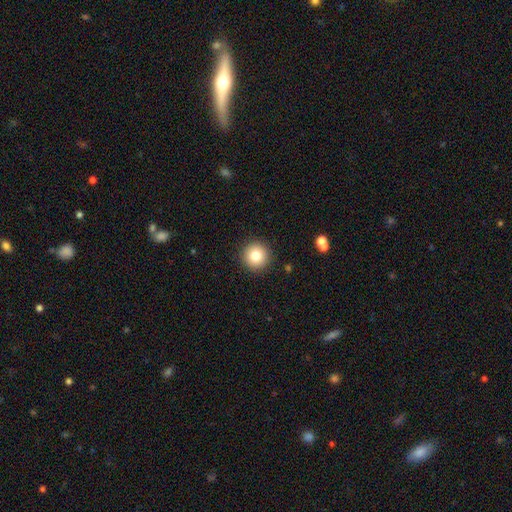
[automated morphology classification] smooth-or-featured: smooth: 81% | star or artifact: 10% | featured or disk: 8%
  how-rounded: round: 95% | in between: 4% | cigar-shaped: 1%
  merging: none: 92% | minor disturbance: 5% | major disturbance: 2% | merger: 1%